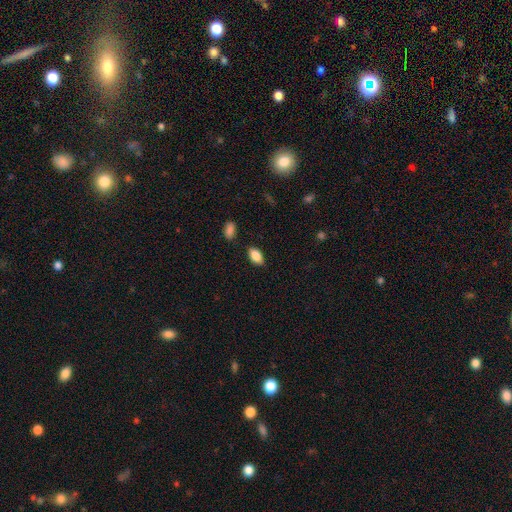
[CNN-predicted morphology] Smooth or featured?
  - smooth: 86% *
  - star or artifact: 7%
  - featured or disk: 6%
How rounded?
  - in between: 92% *
  - round: 5%
  - cigar-shaped: 3%
Merging?
  - none: 85% *
  - minor disturbance: 10%
  - major disturbance: 2%
  - merger: 2%